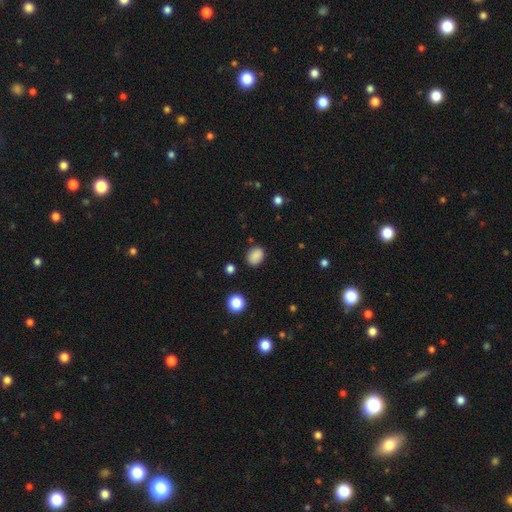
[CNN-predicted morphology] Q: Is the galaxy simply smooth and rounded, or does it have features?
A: smooth — 86%.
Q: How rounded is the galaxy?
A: in between — 66%.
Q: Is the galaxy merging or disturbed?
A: none — 83%.